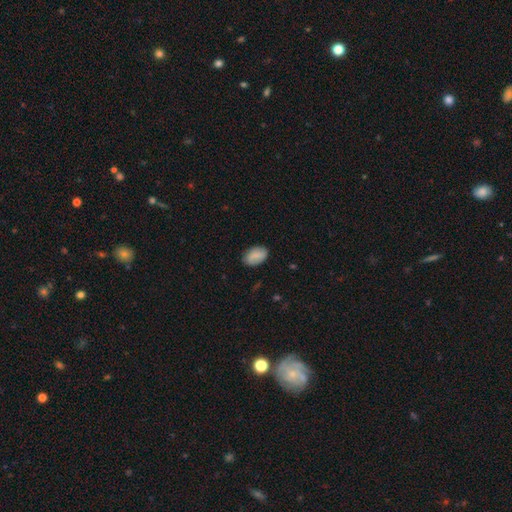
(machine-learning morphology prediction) type=smooth (83%); roundness=in between (90%); merging=none (83%).